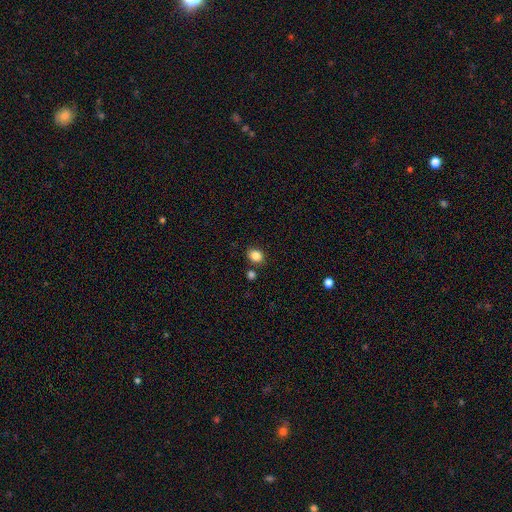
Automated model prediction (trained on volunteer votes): Overall: smooth (85%). How rounded: round (59%; in between 40%). Merging: none (81%).